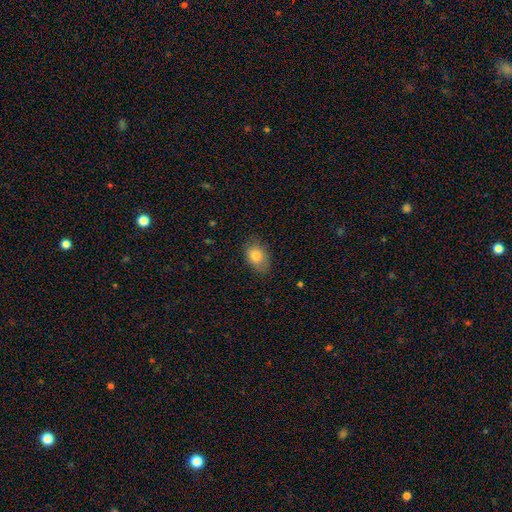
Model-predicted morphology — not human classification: A smooth galaxy with no disk features (82%) that is in between round and cigar-shaped (82%).

Vote fractions:
- Smooth or featured? smooth: 82% / featured or disk: 10% / star or artifact: 8%
- How rounded? in between: 82% / round: 16% / cigar-shaped: 1%
- Merging? none: 72% / minor disturbance: 22% / major disturbance: 5% / merger: 1%